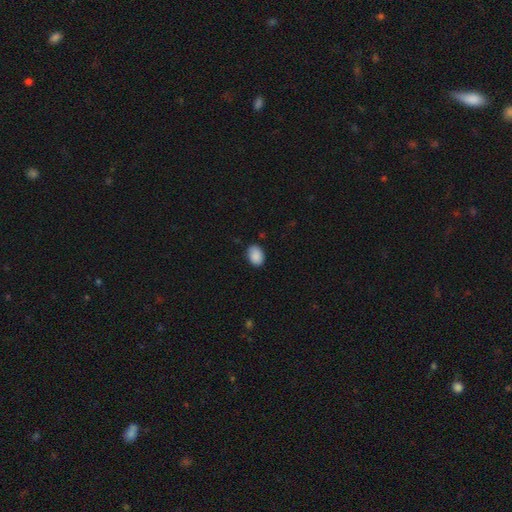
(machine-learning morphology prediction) A smooth galaxy with no disk features (89%) that is in between round and cigar-shaped (81%). Merging: none (84%).